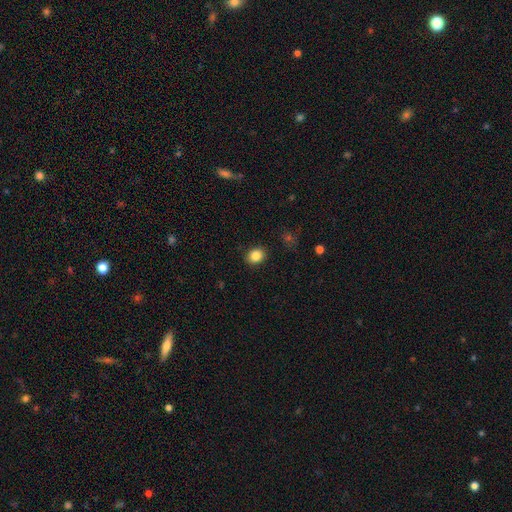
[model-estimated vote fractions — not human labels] Morphology: type=smooth (86%); roundness=round (58%); merging=none (89%).